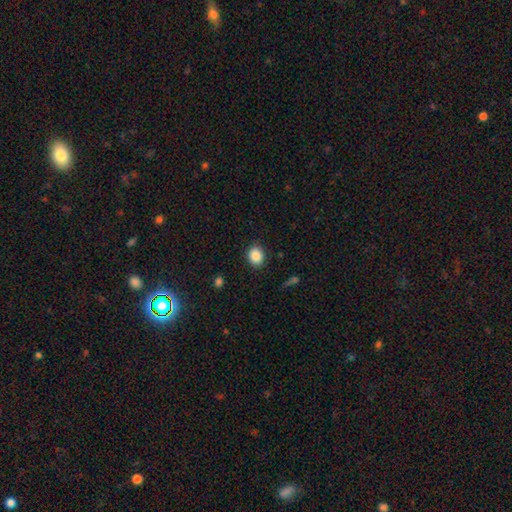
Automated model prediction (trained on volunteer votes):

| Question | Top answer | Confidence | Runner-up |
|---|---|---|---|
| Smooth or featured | smooth | 87% | star or artifact (9%) |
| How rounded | round | 63% | in between (36%) |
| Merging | none | 88% | minor disturbance (8%) |